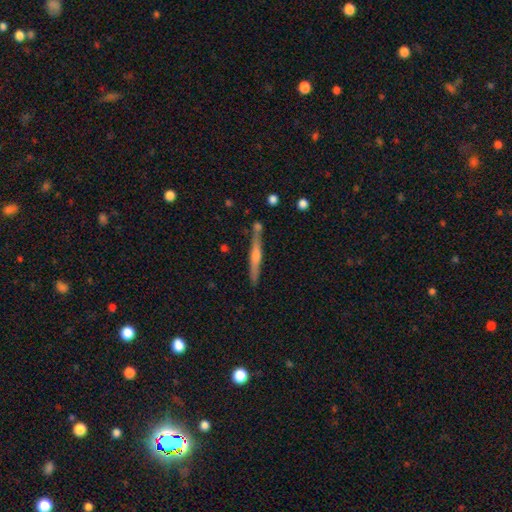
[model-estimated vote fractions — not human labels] A featured or disk galaxy (72%) viewed edge-on (97%) with a rounded central bulge (79%).

Vote fractions:
- Smooth or featured? featured or disk: 72% / smooth: 21% / star or artifact: 7%
- Edge-on disk? yes: 97% / no: 3%
- Edge-on bulge? rounded: 79% / none: 14% / boxy: 7%
- Merging? none: 86% / minor disturbance: 9% / merger: 3% / major disturbance: 2%